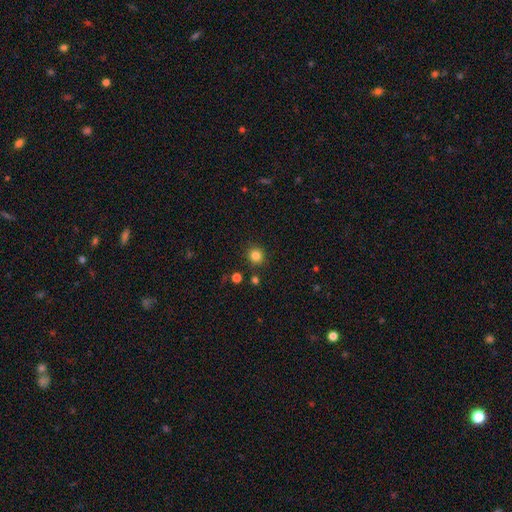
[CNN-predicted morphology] Q: Smooth or featured?
A: smooth (83%); runner-up: star or artifact (13%)
Q: How rounded?
A: round (92%); runner-up: in between (7%)
Q: Merging?
A: none (88%); runner-up: minor disturbance (7%)